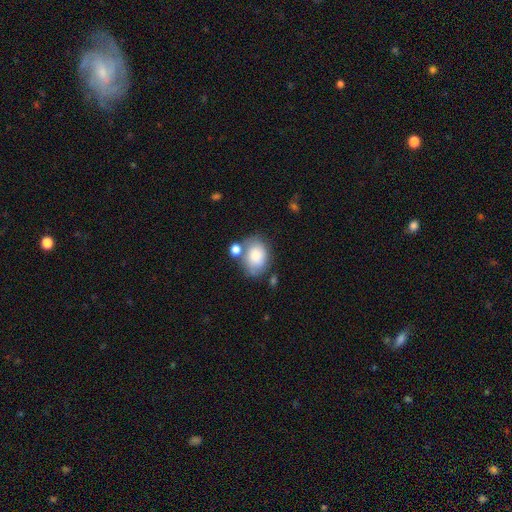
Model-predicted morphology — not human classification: Smooth or featured? Predicted: smooth (p=0.78). How rounded? Predicted: in between (p=0.65). Merging? Predicted: none (p=0.53).